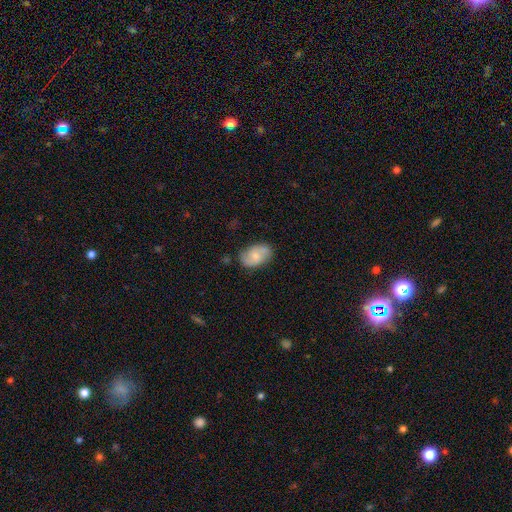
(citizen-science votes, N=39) This is possibly a smooth galaxy (56%). How rounded: clearly in between (95%). Merging: likely none (78%).